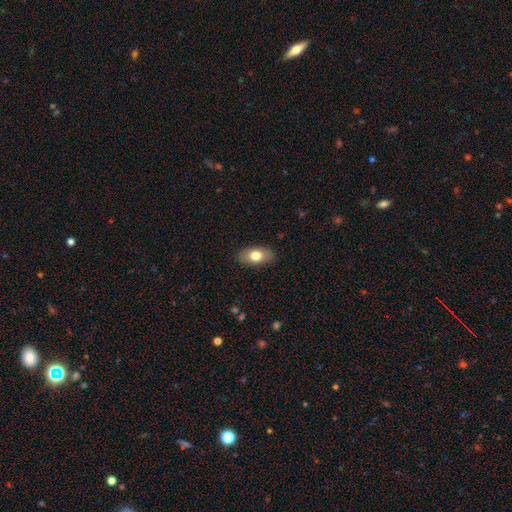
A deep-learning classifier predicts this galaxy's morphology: smooth_or_featured: smooth (p=0.77) [alt: featured or disk p=0.17]
how_rounded: in between (p=0.90) [alt: round p=0.06]
merging: none (p=0.86) [alt: minor disturbance p=0.10]